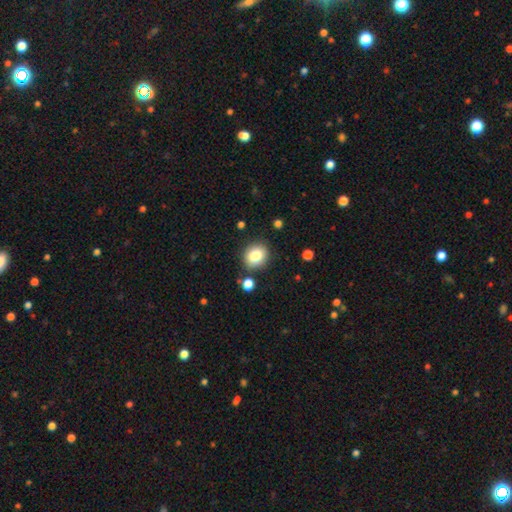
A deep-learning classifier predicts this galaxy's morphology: A smooth galaxy with no disk features (83%) that is round (69%).

Vote fractions:
- Smooth or featured? smooth: 83% / star or artifact: 10% / featured or disk: 7%
- How rounded? round: 69% / in between: 30% / cigar-shaped: 1%
- Merging? none: 84% / minor disturbance: 9% / merger: 4% / major disturbance: 3%